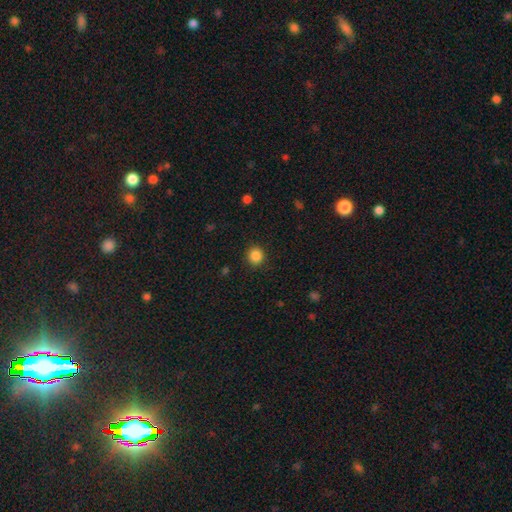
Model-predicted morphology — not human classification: Overall: smooth (86%). How rounded: round (88%). Merging: none (90%).